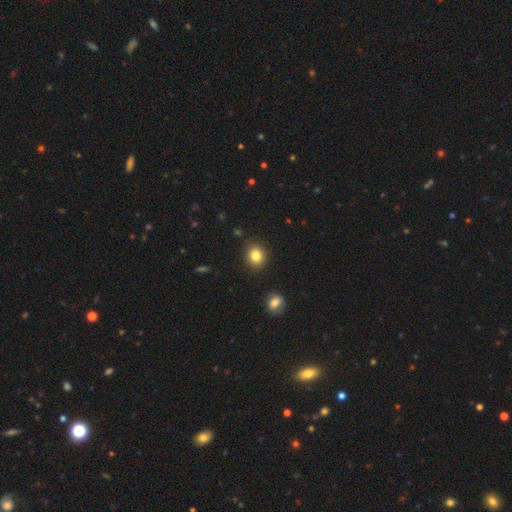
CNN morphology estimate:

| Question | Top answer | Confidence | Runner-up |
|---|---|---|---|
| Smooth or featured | smooth | 83% | star or artifact (10%) |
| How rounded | round | 70% | in between (29%) |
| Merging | none | 89% | minor disturbance (7%) |